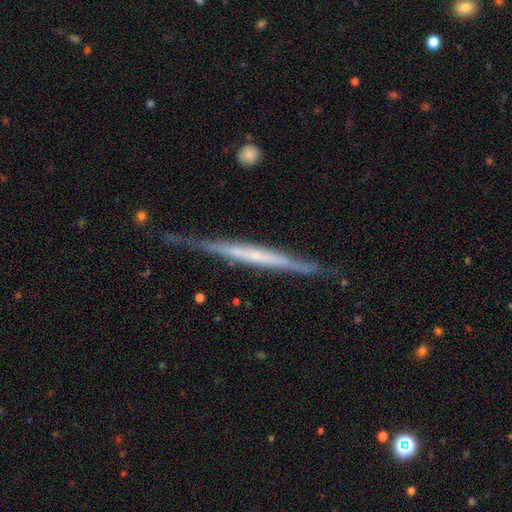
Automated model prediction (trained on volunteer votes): smooth_or_featured: featured or disk (p=0.71) [alt: smooth p=0.24]
disk_edge_on: yes (p=0.95) [alt: no p=0.05]
edge_on_bulge: none (p=0.74) [alt: rounded p=0.15]
merging: none (p=0.77) [alt: minor disturbance p=0.17]